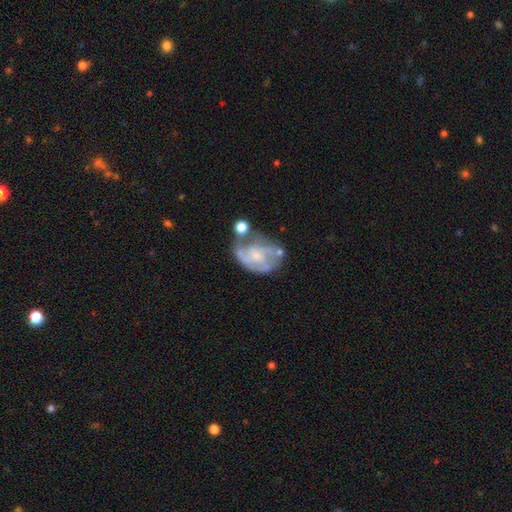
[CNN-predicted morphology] featured or disk 72%, smooth 21%, star or artifact 7%. Down the decision tree: edge-on disk — no (97%); bar — no (67%); spiral arms — yes (72%); spiral arm count — 2 (36%); spiral winding — medium (42%); bulge size — small (50%); merging — none (37%).